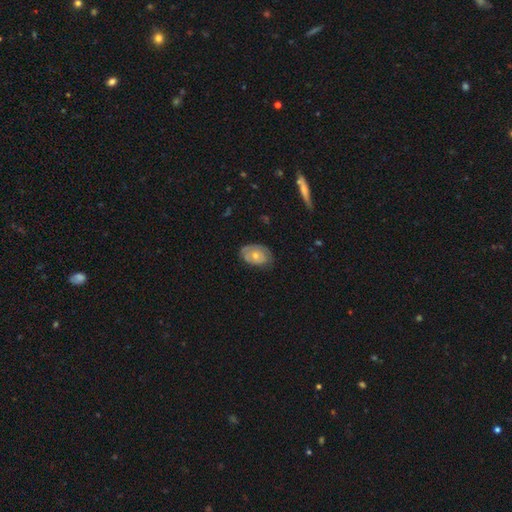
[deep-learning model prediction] smooth 47%, featured or disk 46%, star or artifact 7%. Down the decision tree: merging — none (62%).